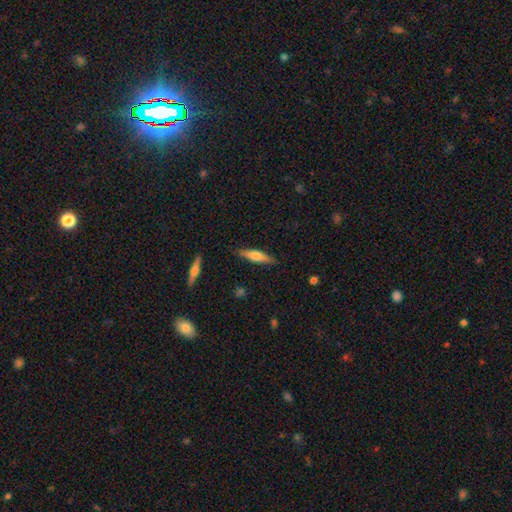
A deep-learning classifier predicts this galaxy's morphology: A smooth galaxy with no disk features (54%) that is cigar-shaped (76%). Merging: none (86%).